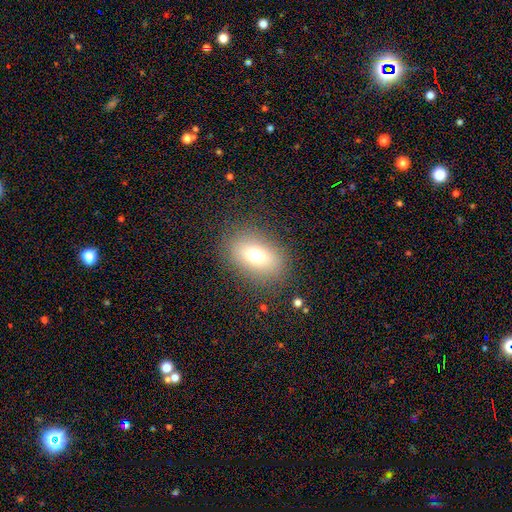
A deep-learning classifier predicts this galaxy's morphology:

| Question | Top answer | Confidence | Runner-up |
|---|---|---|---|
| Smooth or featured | smooth | 71% | featured or disk (17%) |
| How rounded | in between | 76% | round (22%) |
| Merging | none | 83% | minor disturbance (10%) |